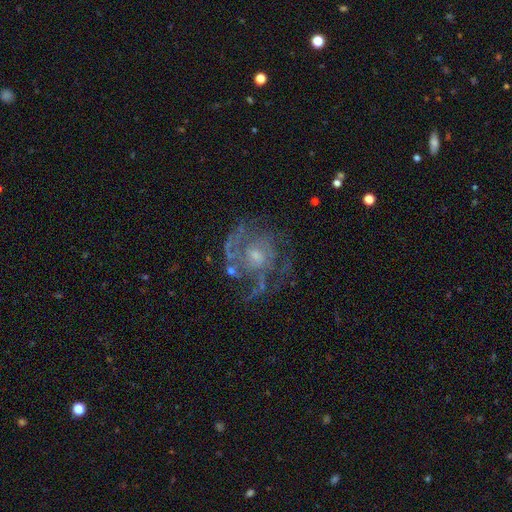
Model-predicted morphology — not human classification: Smooth or featured?
  - featured or disk: 82% *
  - star or artifact: 10%
  - smooth: 8%
Edge-on disk?
  - no: 98% *
  - yes: 2%
Bar?
  - no: 70% *
  - weak: 26%
  - strong: 4%
Spiral arms?
  - yes: 89% *
  - no: 11%
Spiral winding?
  - medium: 43% *
  - tight: 42%
  - loose: 15%
Spiral arm count?
  - can't tell: 32% *
  - 3: 23%
  - 2: 22%
  - 4: 10%
  - 1: 7%
  - more than 4: 6%
Bulge size?
  - small: 52% *
  - moderate: 37%
  - none: 7%
  - large: 3%
  - dominant: 1%
Merging?
  - none: 62% *
  - minor disturbance: 18%
  - major disturbance: 17%
  - merger: 3%